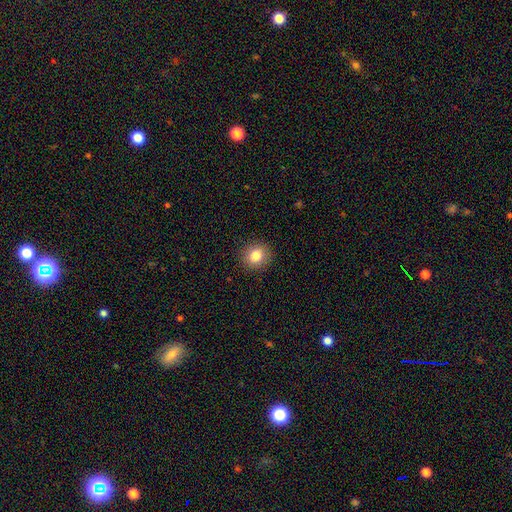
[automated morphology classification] The model was most divided on "how rounded": round: 80%, in between: 19%, cigar-shaped: 1%. More confident: merging — none (90%); smooth or featured — smooth (83%).